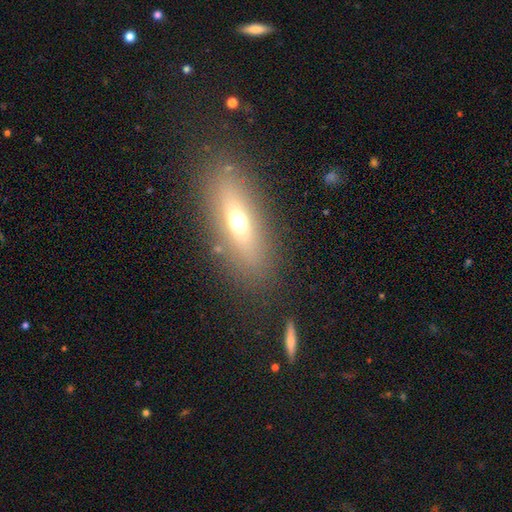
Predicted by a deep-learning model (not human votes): Smooth or featured? Predicted: smooth (p=0.50). Merging? Predicted: none (p=0.81).